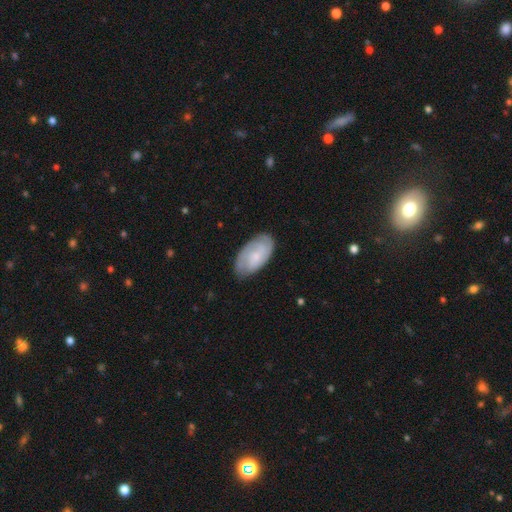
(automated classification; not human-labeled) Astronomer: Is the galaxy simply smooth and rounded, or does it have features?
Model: featured or disk — 63%.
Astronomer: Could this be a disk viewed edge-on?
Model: no — 96%.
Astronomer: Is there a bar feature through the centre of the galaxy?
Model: no — 61%.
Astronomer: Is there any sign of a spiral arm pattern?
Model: yes — 91%.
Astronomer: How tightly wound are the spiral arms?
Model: tight — 59%.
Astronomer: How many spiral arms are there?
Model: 2 — 39% (runner-up: can't tell, 33%).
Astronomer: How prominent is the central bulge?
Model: small — 68%.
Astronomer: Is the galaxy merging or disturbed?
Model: none — 79%.